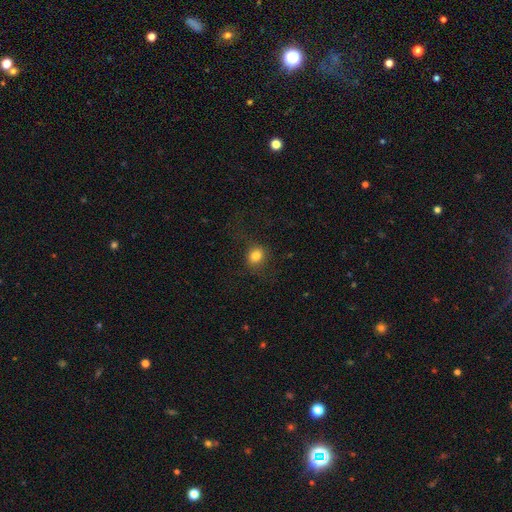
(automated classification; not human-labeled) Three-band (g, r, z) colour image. It shows a smooth galaxy with no disk features (80%) that is round (62%). Merging: none (71%).